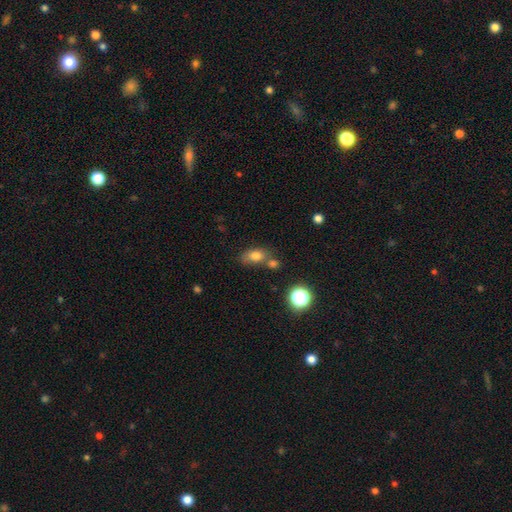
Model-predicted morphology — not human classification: Smooth or featured? Predicted: smooth (p=0.75). How rounded? Predicted: in between (p=0.76). Merging? Predicted: none (p=0.53).